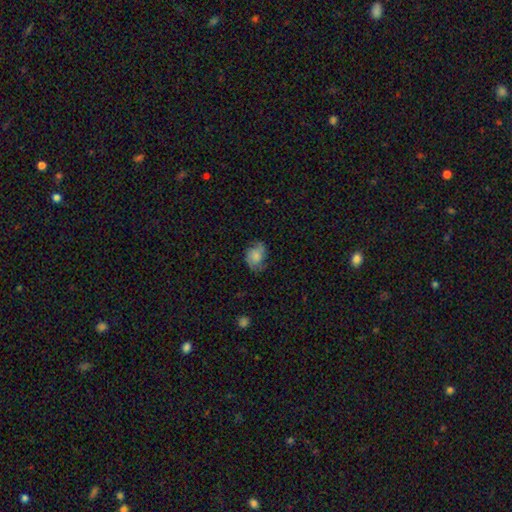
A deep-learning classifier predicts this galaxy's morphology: A smooth galaxy with no disk features (57%) that is in between round and cigar-shaped (67%). Merging: none (57%).